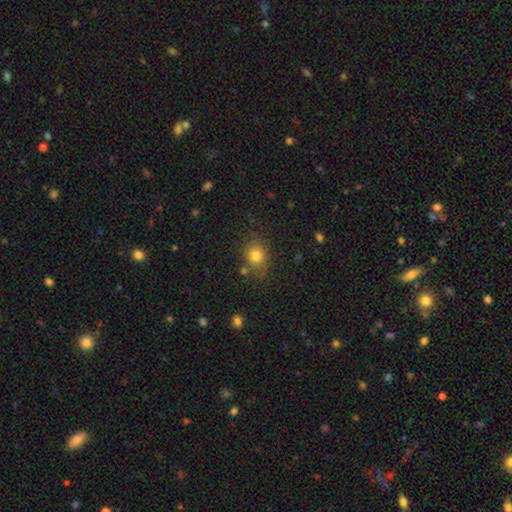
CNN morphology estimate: smooth-or-featured: smooth: 80% | star or artifact: 12% | featured or disk: 8%
  how-rounded: round: 68% | in between: 31% | cigar-shaped: 1%
  merging: none: 74% | minor disturbance: 15% | merger: 6% | major disturbance: 5%